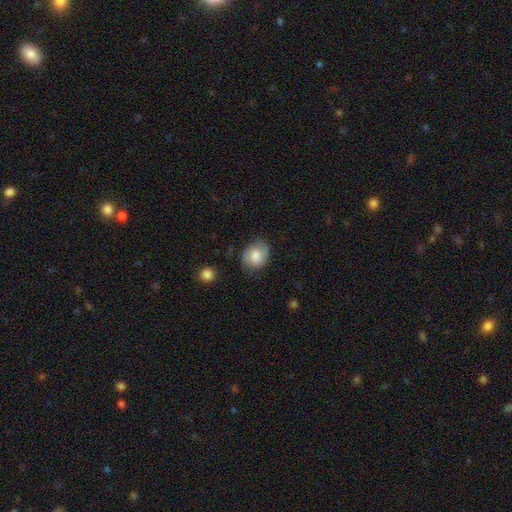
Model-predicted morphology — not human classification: Smooth or featured? Predicted: smooth (p=0.75). How rounded? Predicted: in between (p=0.50). Merging? Predicted: none (p=0.73).